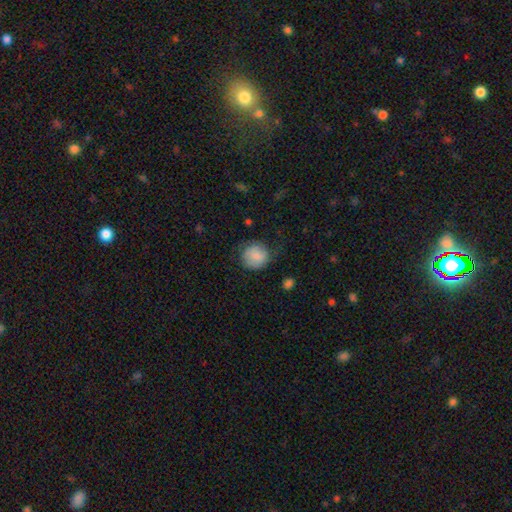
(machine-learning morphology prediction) smooth_or_featured: smooth (p=0.81) [alt: featured or disk p=0.12]
how_rounded: round (p=0.87) [alt: in between p=0.12]
merging: none (p=0.62) [alt: minor disturbance p=0.26]